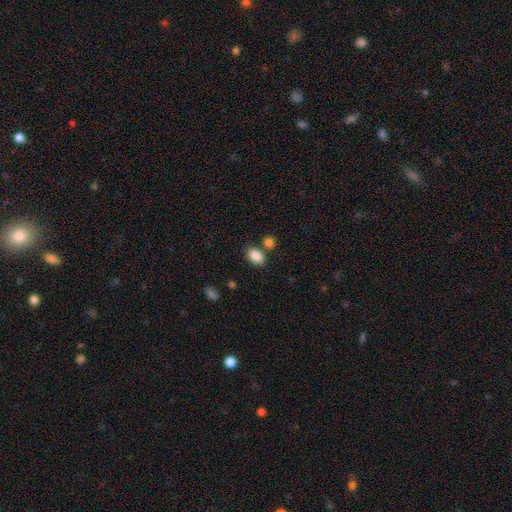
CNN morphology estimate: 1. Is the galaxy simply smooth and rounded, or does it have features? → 87% smooth, 8% star or artifact, 5% featured or disk.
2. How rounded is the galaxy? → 83% in between, 16% round, 1% cigar-shaped.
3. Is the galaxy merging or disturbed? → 69% none, 14% merger, 13% minor disturbance, 4% major disturbance.